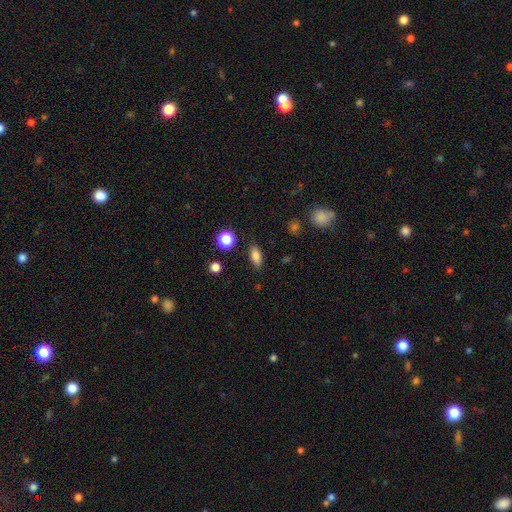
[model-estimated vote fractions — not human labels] Overall: smooth (80%). How rounded: in between (78%). Merging: none (85%).